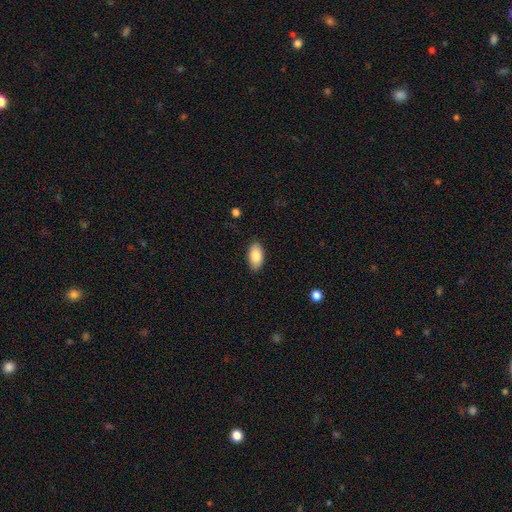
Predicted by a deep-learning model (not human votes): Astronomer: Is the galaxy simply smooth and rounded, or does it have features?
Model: smooth — 85%.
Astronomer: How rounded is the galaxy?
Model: in between — 93%.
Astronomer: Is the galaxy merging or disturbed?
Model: none — 87%.